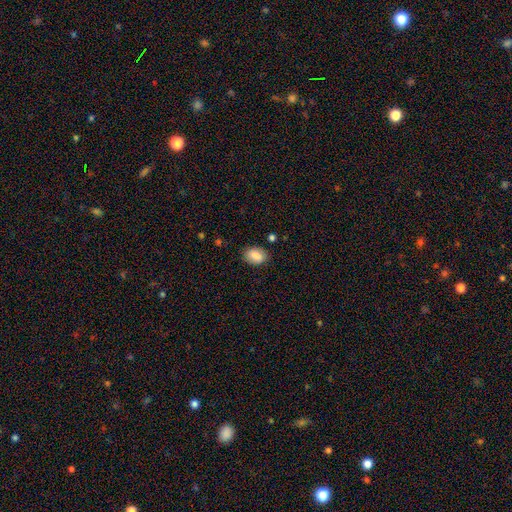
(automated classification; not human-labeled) Q: Smooth or featured?
A: smooth (85%); runner-up: featured or disk (8%)
Q: How rounded?
A: in between (80%); runner-up: round (19%)
Q: Merging?
A: none (85%); runner-up: minor disturbance (11%)